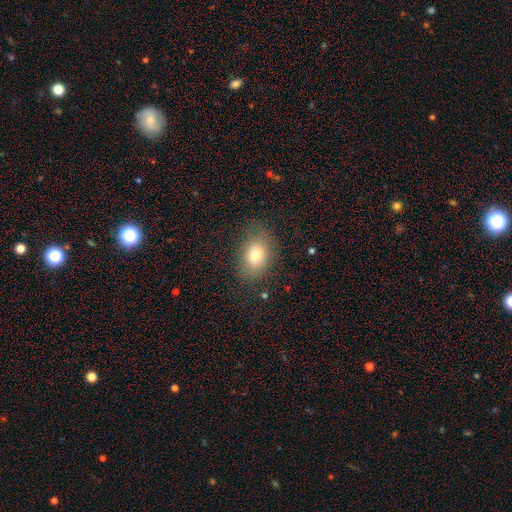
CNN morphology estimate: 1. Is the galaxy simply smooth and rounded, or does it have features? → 76% smooth, 13% featured or disk, 10% star or artifact.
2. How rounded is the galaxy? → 75% in between, 24% round, 1% cigar-shaped.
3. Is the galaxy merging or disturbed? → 79% none, 15% minor disturbance, 5% major disturbance, 1% merger.